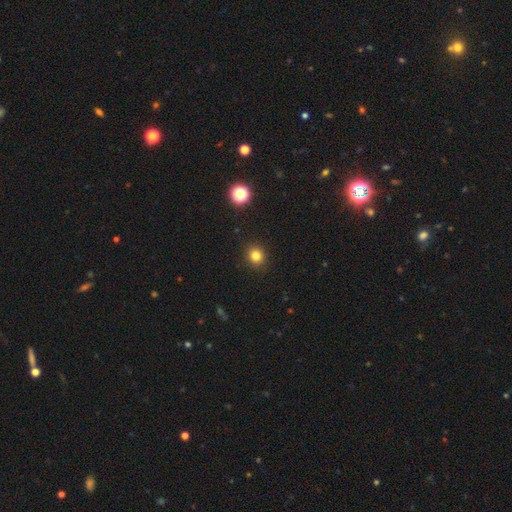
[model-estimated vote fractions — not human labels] Smooth or featured: smooth — 81% (star or artifact — 14%)
How rounded: round — 87% (in between — 12%)
Merging: none — 91% (minor disturbance — 6%)